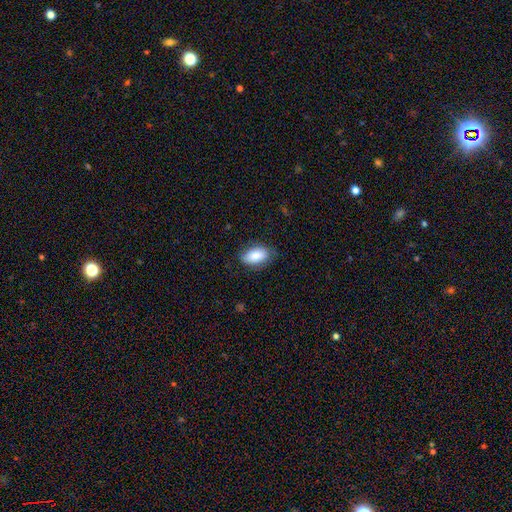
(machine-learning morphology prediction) Q: Smooth or featured?
A: smooth (85%); runner-up: featured or disk (8%)
Q: How rounded?
A: in between (93%); runner-up: round (5%)
Q: Merging?
A: none (77%); runner-up: minor disturbance (18%)